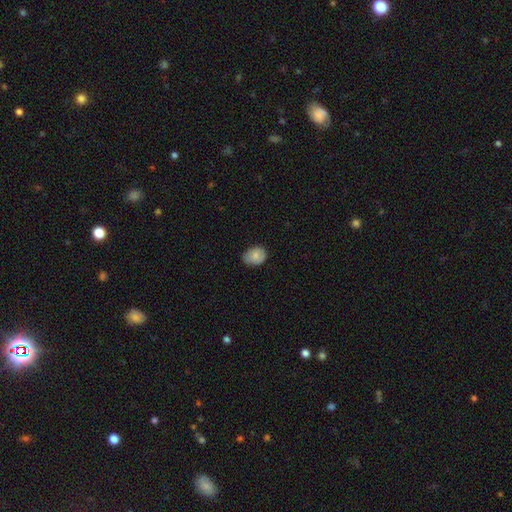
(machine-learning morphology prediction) smooth_or_featured: smooth (p=0.79) [alt: featured or disk p=0.13]
how_rounded: in between (p=0.60) [alt: round p=0.39]
merging: none (p=0.70) [alt: minor disturbance p=0.25]